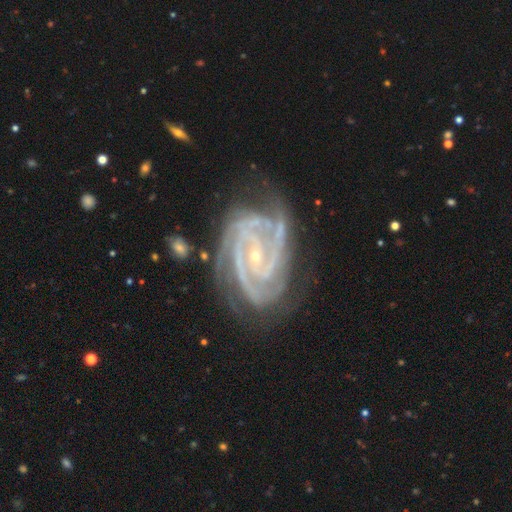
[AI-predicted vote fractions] smooth-or-featured: featured or disk: 93% | star or artifact: 5% | smooth: 2%
  disk-edge-on: no: 98% | yes: 2%
    bar: no: 37% | weak: 35% | strong: 28%
    has-spiral-arms: yes: 99% | no: 1%
      spiral-winding: tight: 70% | medium: 27% | loose: 3%
      spiral-arm-count: 3: 33% | 2: 28% | 4: 17% | can't tell: 10% | more than 4: 6% | 1: 6%
    bulge-size: small: 80% | moderate: 17% | none: 1% | large: 1% | dominant: 1%
  merging: none: 65% | minor disturbance: 23% | major disturbance: 10% | merger: 3%